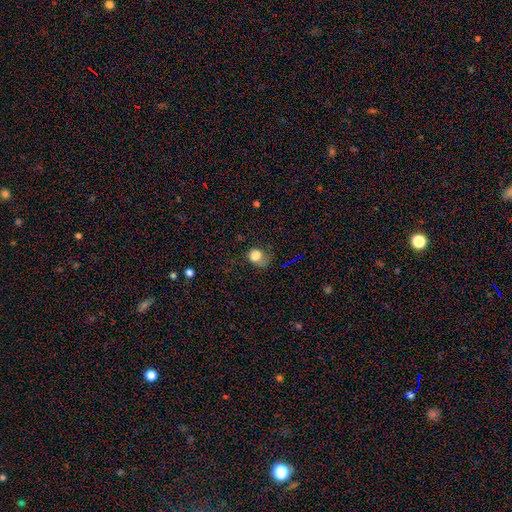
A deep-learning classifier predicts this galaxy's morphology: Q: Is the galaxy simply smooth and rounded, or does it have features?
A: smooth — 80%.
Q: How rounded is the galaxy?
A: round — 65%.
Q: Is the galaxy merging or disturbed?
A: none — 39%.